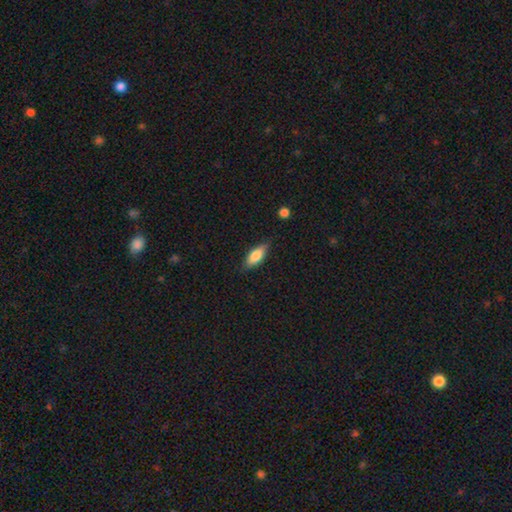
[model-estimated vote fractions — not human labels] This appears to be a smooth galaxy with no disk features (76%) that is in between round and cigar-shaped (73%). Merging: none (82%).